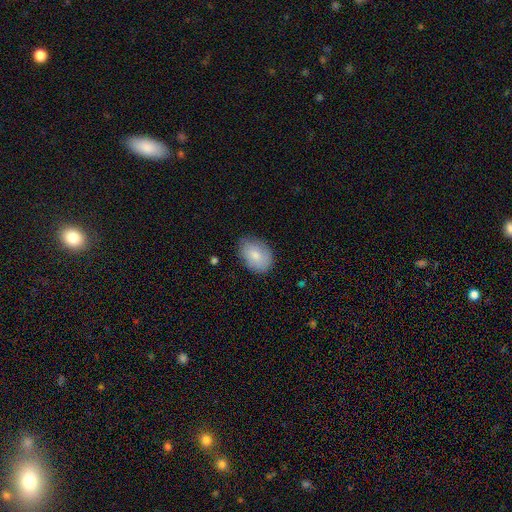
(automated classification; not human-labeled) Smooth or featured? Predicted: smooth (p=0.81). How rounded? Predicted: in between (p=0.80). Merging? Predicted: none (p=0.76).